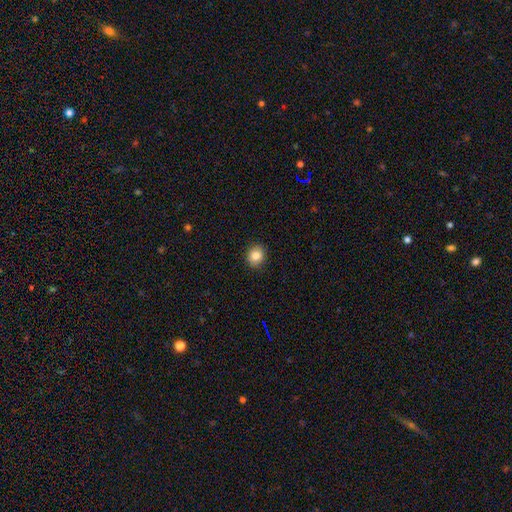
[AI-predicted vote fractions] Morphology: type=smooth (85%); roundness=round (76%); merging=none (91%).